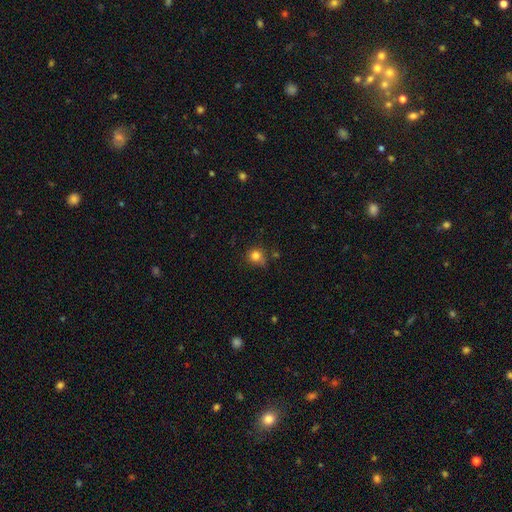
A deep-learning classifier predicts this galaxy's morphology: The model was most divided on "merging": none: 68%, minor disturbance: 22%, major disturbance: 5%, merger: 5%. More confident: how rounded — round (88%); smooth or featured — smooth (82%).